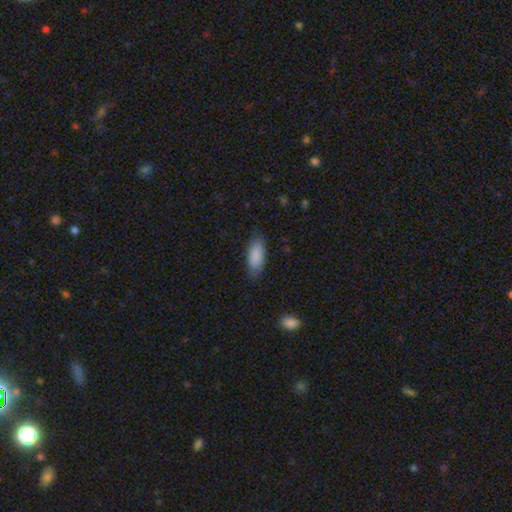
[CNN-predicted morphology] This appears to be a smooth galaxy with no disk features (88%) that is in between round and cigar-shaped (80%). Merging: none (79%).